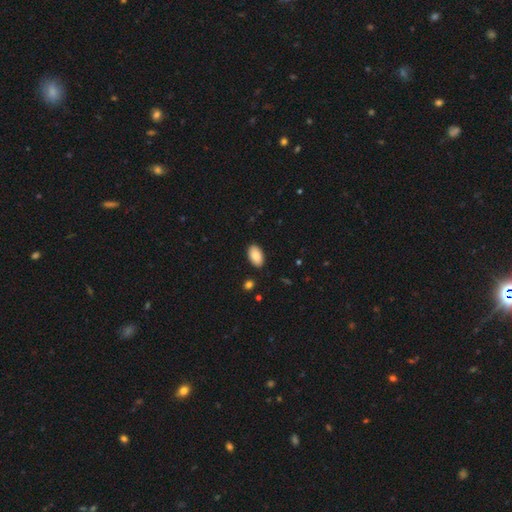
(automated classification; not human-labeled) Smooth or featured?
  - smooth: 86% *
  - featured or disk: 7%
  - star or artifact: 7%
How rounded?
  - in between: 95% *
  - round: 4%
  - cigar-shaped: 1%
Merging?
  - none: 89% *
  - minor disturbance: 8%
  - major disturbance: 2%
  - merger: 1%